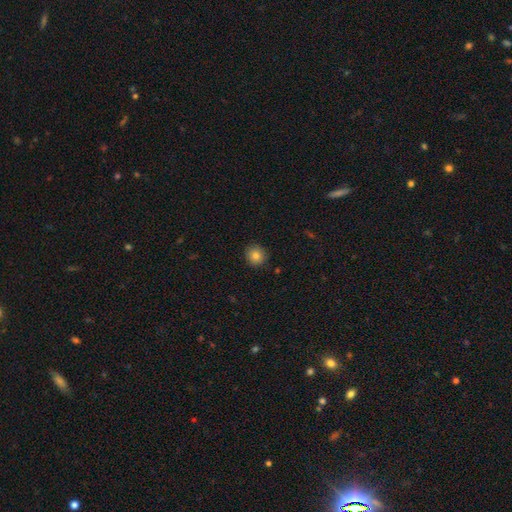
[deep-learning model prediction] smooth 82%, star or artifact 11%, featured or disk 8%. Down the decision tree: how rounded — round (89%); merging — none (89%).